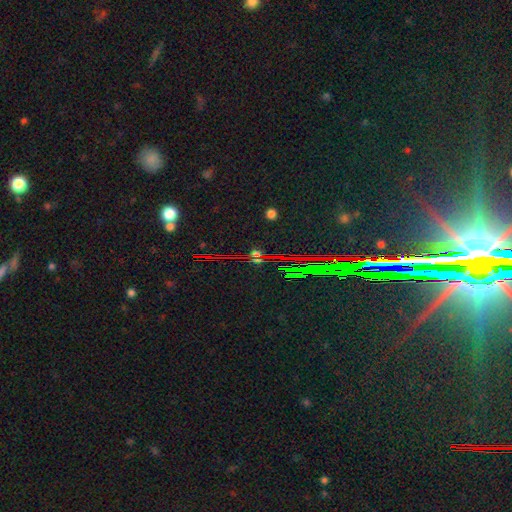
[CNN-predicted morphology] Smooth or featured?
  - star or artifact: 82% *
  - featured or disk: 11%
  - smooth: 7%